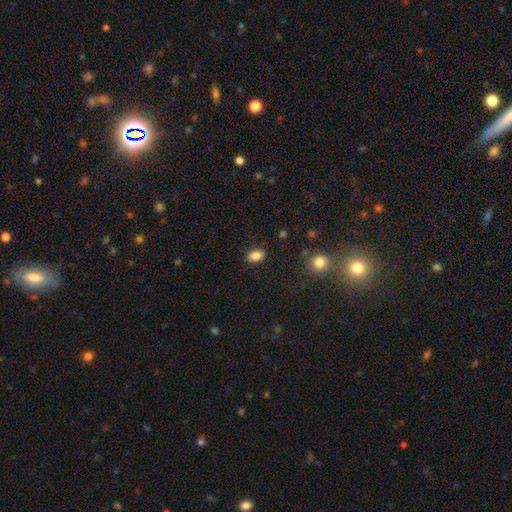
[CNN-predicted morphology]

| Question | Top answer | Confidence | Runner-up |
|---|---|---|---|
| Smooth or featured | smooth | 86% | star or artifact (10%) |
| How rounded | in between | 78% | round (21%) |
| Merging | none | 85% | minor disturbance (11%) |